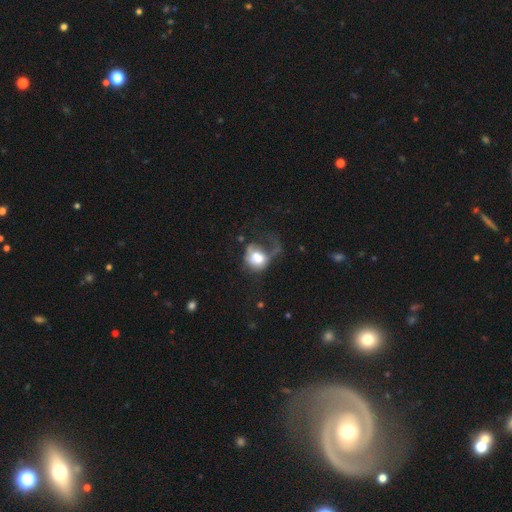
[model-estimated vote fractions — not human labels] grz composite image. It shows a smooth galaxy with no disk features (59%) that is round (65%). Merging: major disturbance (54%).